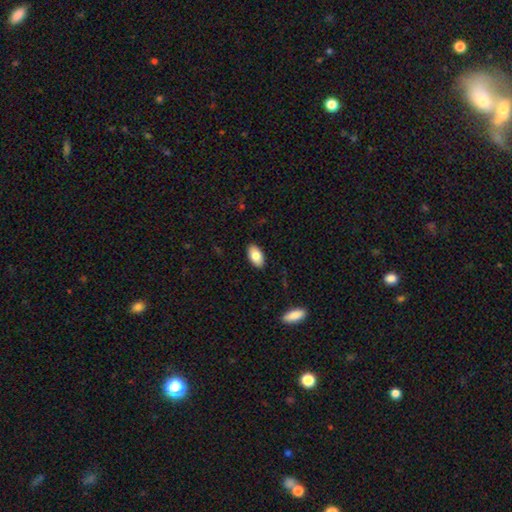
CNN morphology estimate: smooth_or_featured: smooth (p=0.82) [alt: featured or disk p=0.12]
how_rounded: in between (p=0.94) [alt: round p=0.03]
merging: none (p=0.89) [alt: minor disturbance p=0.08]